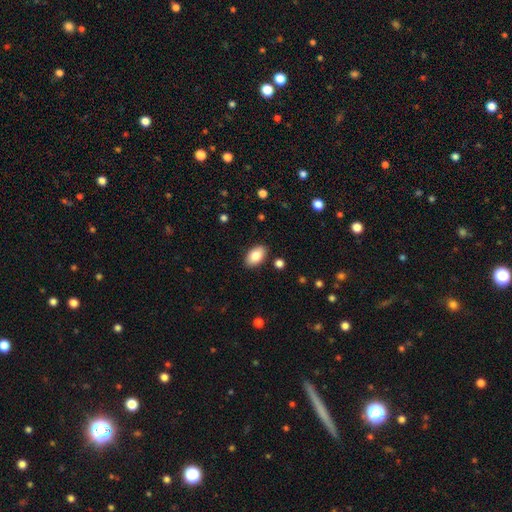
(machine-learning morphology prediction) Smooth or featured? smooth (85%)
How rounded? in between (93%)
Merging? none (88%)